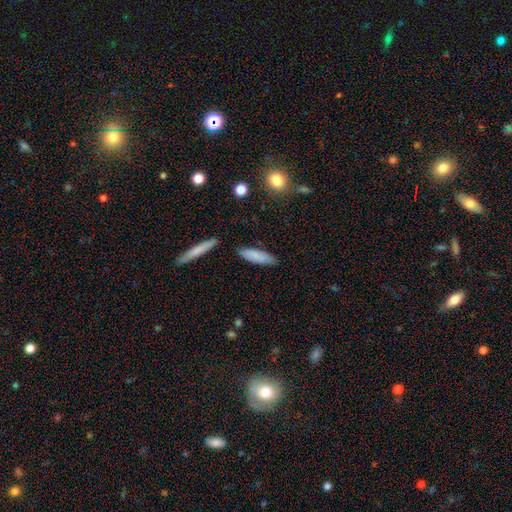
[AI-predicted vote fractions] Smooth or featured? Predicted: smooth (p=0.79). How rounded? Predicted: cigar-shaped (p=0.53). Merging? Predicted: none (p=0.79).